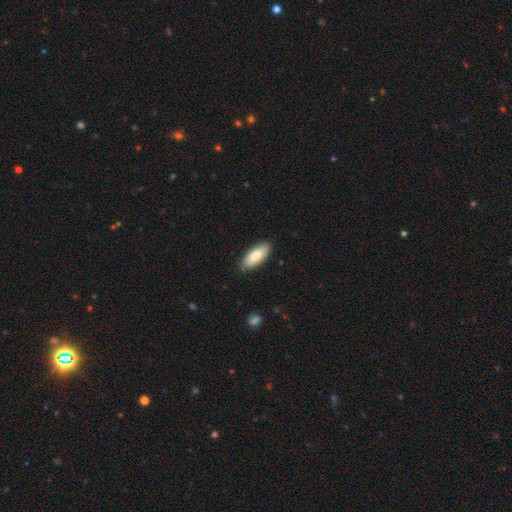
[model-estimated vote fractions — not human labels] smooth_or_featured: smooth (p=0.80) [alt: featured or disk p=0.15]
how_rounded: in between (p=0.80) [alt: cigar-shaped p=0.19]
merging: none (p=0.88) [alt: minor disturbance p=0.09]